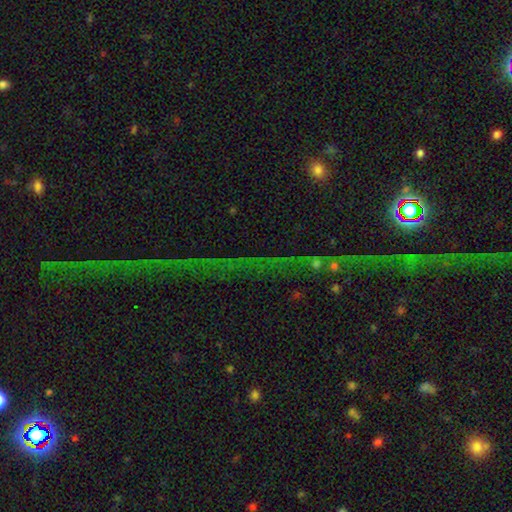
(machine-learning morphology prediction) The model was most divided on "smooth or featured": star or artifact: 75%, featured or disk: 14%, smooth: 10%.